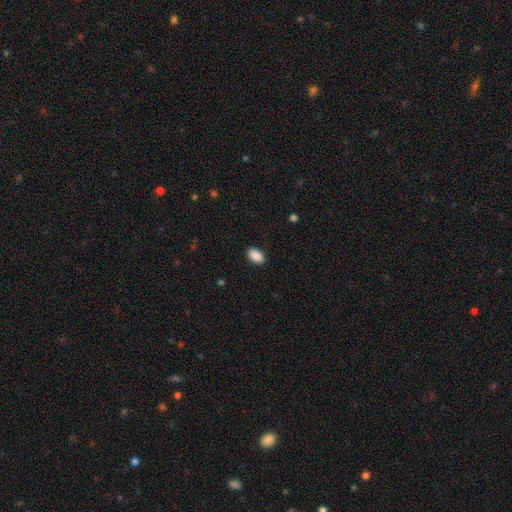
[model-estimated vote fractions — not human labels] smooth-or-featured: smooth: 90% | star or artifact: 7% | featured or disk: 3%
  how-rounded: in between: 93% | round: 5% | cigar-shaped: 2%
  merging: none: 89% | minor disturbance: 8% | major disturbance: 2% | merger: 1%